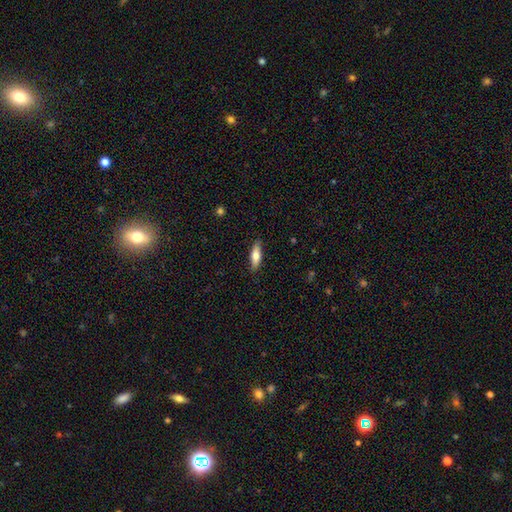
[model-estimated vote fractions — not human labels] smooth 71%, featured or disk 23%, star or artifact 6%. Down the decision tree: how rounded — in between (55%); merging — none (85%).